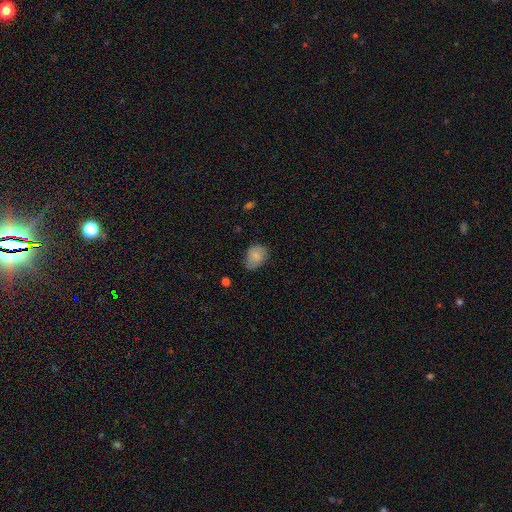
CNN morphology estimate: This is likely a smooth galaxy (79%). How rounded: likely in between (67%). Merging: likely none (61%).